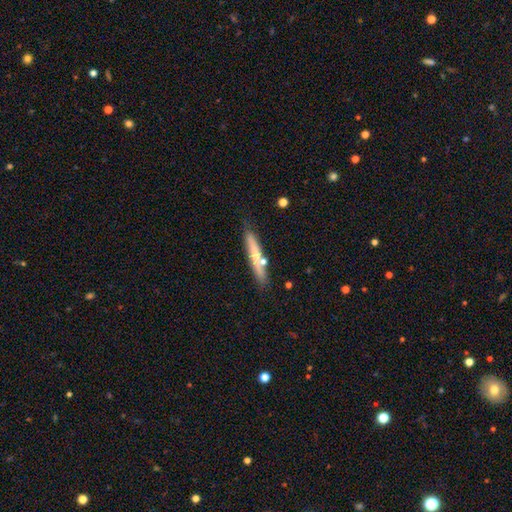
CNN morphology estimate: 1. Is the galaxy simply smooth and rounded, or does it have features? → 53% smooth, 41% featured or disk, 7% star or artifact.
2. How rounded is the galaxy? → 91% cigar-shaped, 8% in between, 2% round.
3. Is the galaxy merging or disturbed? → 75% none, 14% minor disturbance, 8% merger, 3% major disturbance.